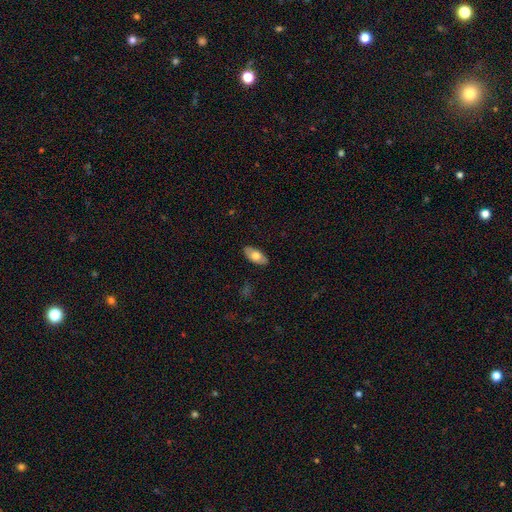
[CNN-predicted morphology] Overall: smooth (66%; featured or disk 28%). How rounded: in between (92%). Merging: none (87%).